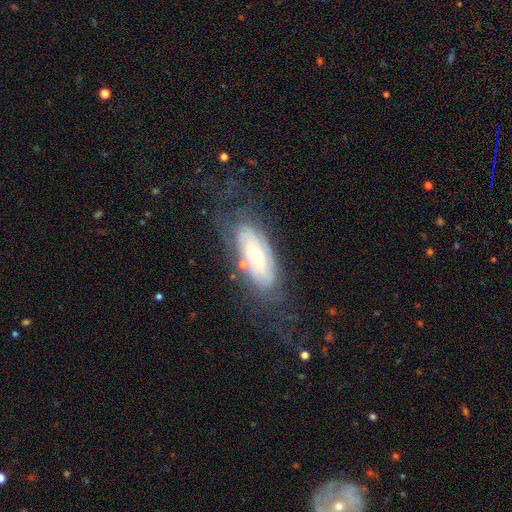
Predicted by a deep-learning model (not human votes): featured or disk 64%, smooth 28%, star or artifact 8%. Down the decision tree: edge-on disk — no (84%); bar — no (70%); spiral arms — yes (71%); bulge size — small (63%); merging — none (59%).